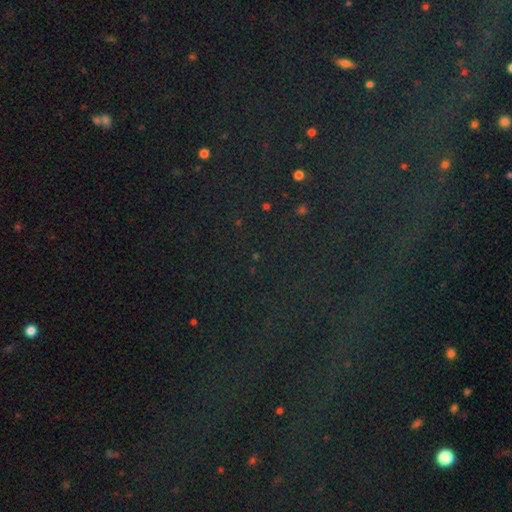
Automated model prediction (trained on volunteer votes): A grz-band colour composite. It shows a star or artifact, not a galaxy (82%).